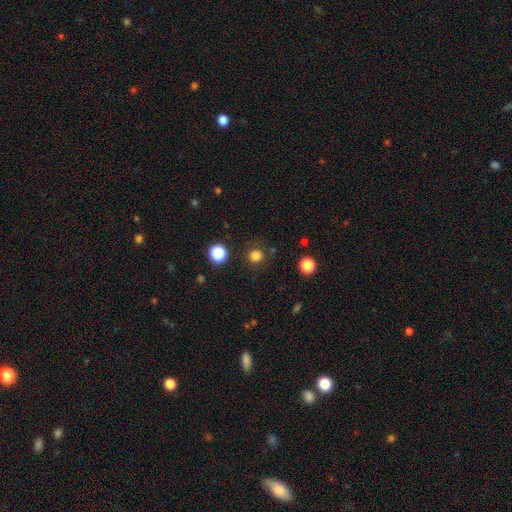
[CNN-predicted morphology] Smooth or featured: smooth — 82% (star or artifact — 15%)
How rounded: round — 93% (in between — 6%)
Merging: none — 88% (minor disturbance — 7%)